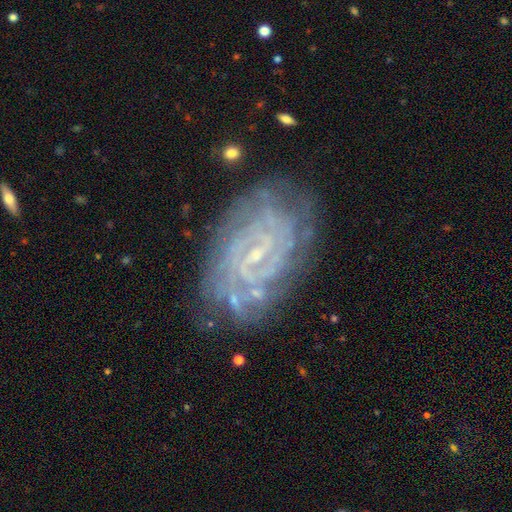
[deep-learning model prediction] A featured or disk galaxy (85%) with a weak bar (47%), tight (73%) spiral arms (94%) and a small central bulge (78%).

Vote fractions:
- Smooth or featured? featured or disk: 85% / star or artifact: 8% / smooth: 8%
- Edge-on disk? no: 97% / yes: 3%
- Bar? weak: 47% / no: 33% / strong: 20%
- Spiral arms? yes: 94% / no: 6%
- Spiral winding? tight: 73% / medium: 22% / loose: 5%
- Spiral arm count? can't tell: 33% / 2: 30% / 3: 13% / 4: 11% / more than 4: 7% / 1: 6%
- Bulge size? small: 78% / moderate: 11% / none: 10% / large: 1% / dominant: 1%
- Merging? none: 74% / minor disturbance: 17% / major disturbance: 7% / merger: 3%